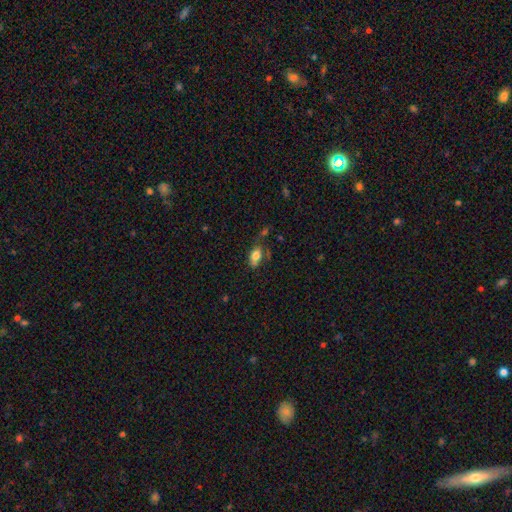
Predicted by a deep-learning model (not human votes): Smooth or featured? smooth (75%)
How rounded? in between (88%)
Merging? none (48%)